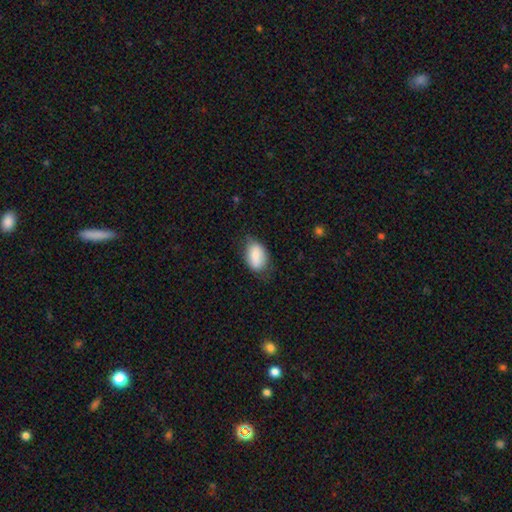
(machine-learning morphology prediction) This is clearly a smooth galaxy (80%). How rounded: clearly in between (88%). Merging: likely none (63%).